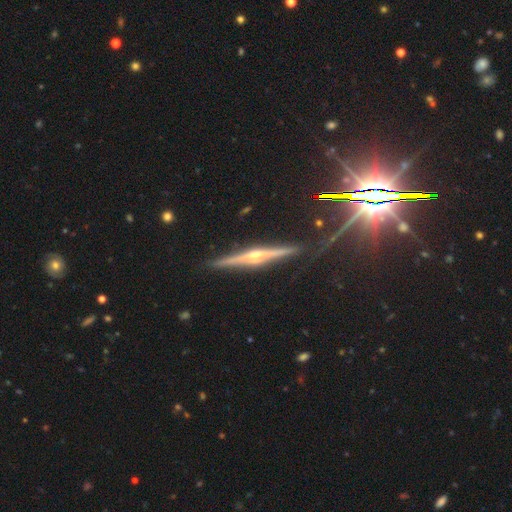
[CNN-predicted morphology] featured or disk 81%, smooth 12%, star or artifact 7%. Down the decision tree: edge-on disk — yes (97%); edge-on bulge — rounded (76%); merging — none (88%).